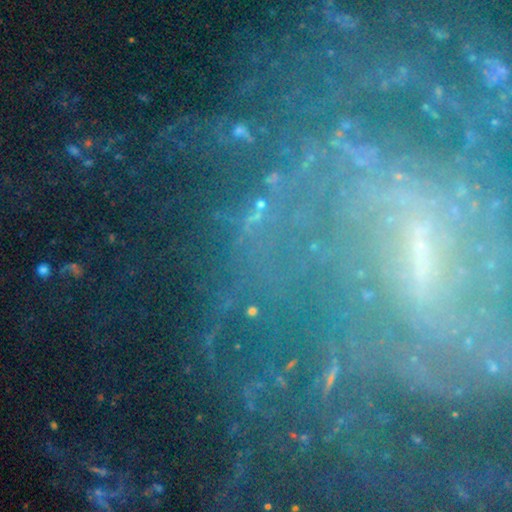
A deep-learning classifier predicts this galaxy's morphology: type=star or artifact (61%).